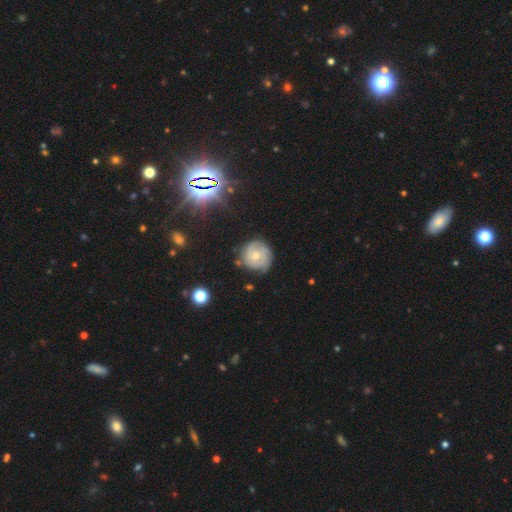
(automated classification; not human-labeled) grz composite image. It shows a featured or disk galaxy (59%) with no bar (80%), spiral arms (82%) and a moderate central bulge (52%). Merging: none (73%).